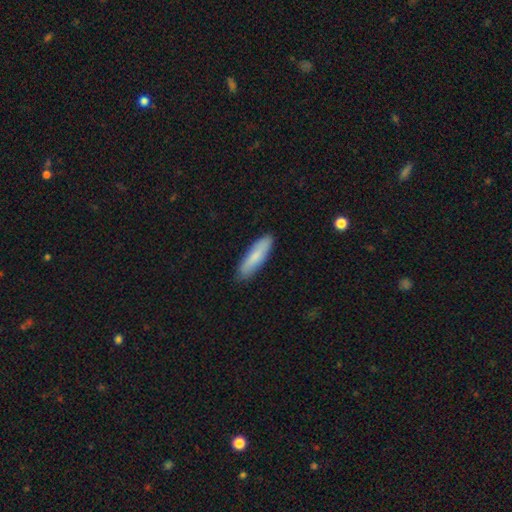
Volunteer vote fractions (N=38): A smooth galaxy with no disk features (79%) that is cigar-shaped (70%). Merging: none (81%).